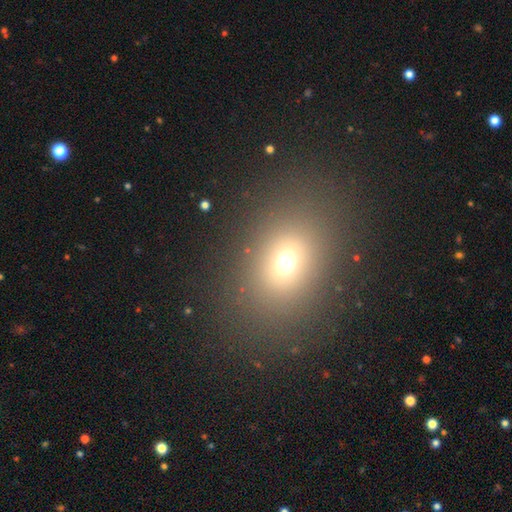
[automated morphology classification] Smooth or featured?
  - smooth: 64% *
  - star or artifact: 26%
  - featured or disk: 11%
How rounded?
  - in between: 59% *
  - round: 39%
  - cigar-shaped: 2%
Merging?
  - none: 88% *
  - minor disturbance: 7%
  - major disturbance: 4%
  - merger: 2%